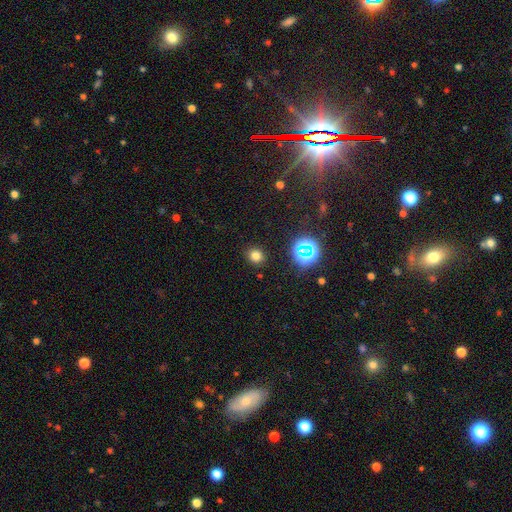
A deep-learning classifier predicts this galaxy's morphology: type=smooth (75%); roundness=round (78%); merging=none (89%).